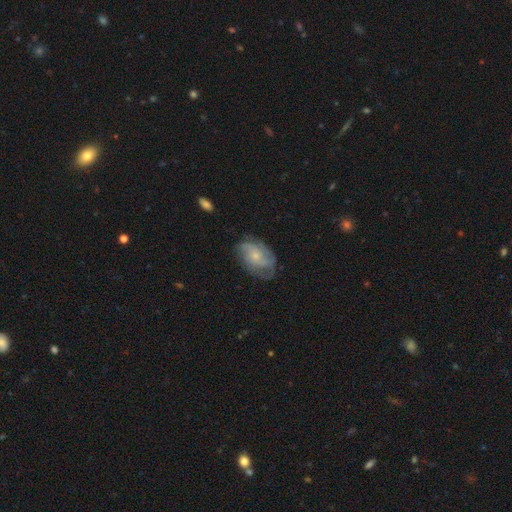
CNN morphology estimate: Smooth or featured? Predicted: featured or disk (p=0.72). Edge-on disk? Predicted: no (p=0.97). Bar? Predicted: no (p=0.76). Spiral arms? Predicted: yes (p=0.91). Spiral winding? Predicted: medium (p=0.44). Spiral arm count? Predicted: can't tell (p=0.28, tied with 3). Bulge size? Predicted: small (p=0.68). Merging? Predicted: none (p=0.64).